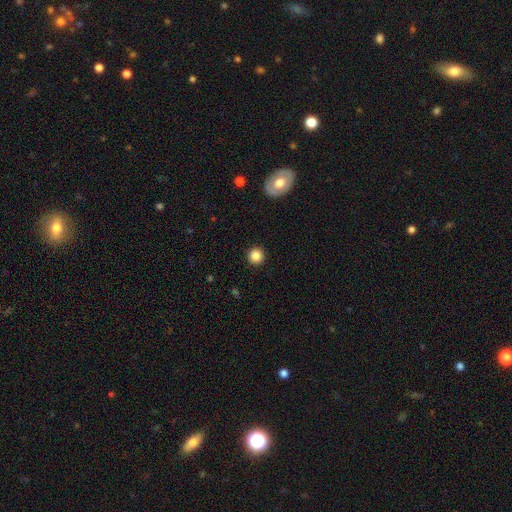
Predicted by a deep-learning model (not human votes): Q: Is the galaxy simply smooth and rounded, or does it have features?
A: smooth — 86%.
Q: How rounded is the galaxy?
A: round — 95%.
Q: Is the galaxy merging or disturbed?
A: none — 92%.